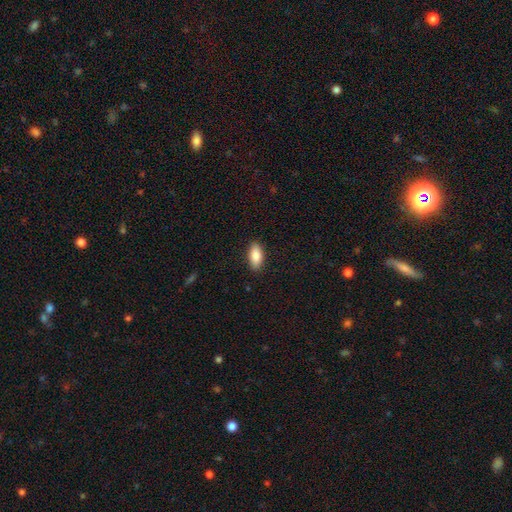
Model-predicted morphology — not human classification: The model was most divided on "merging": none: 88%, minor disturbance: 9%, major disturbance: 2%, merger: 1%. More confident: how rounded — in between (90%); smooth or featured — smooth (87%).